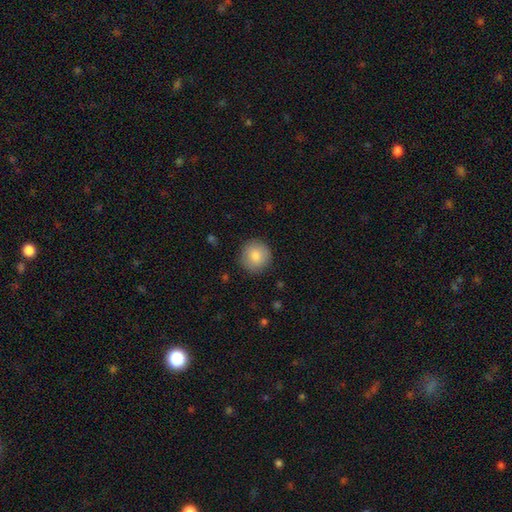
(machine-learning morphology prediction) Overall: smooth (84%). How rounded: round (93%). Merging: none (89%).